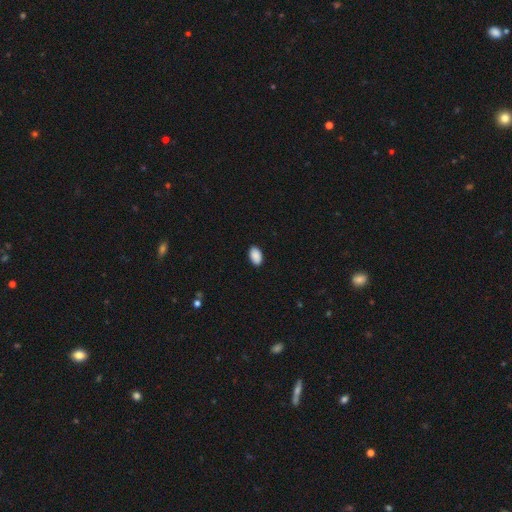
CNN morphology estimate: Smooth or featured?
  - smooth: 90% *
  - star or artifact: 7%
  - featured or disk: 3%
How rounded?
  - in between: 92% *
  - round: 6%
  - cigar-shaped: 1%
Merging?
  - none: 89% *
  - minor disturbance: 8%
  - major disturbance: 2%
  - merger: 1%